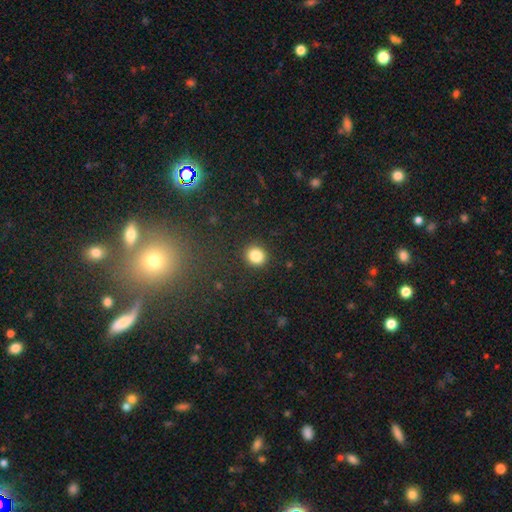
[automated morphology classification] A smooth galaxy with no disk features (85%) that is round (80%). Merging: none (90%).